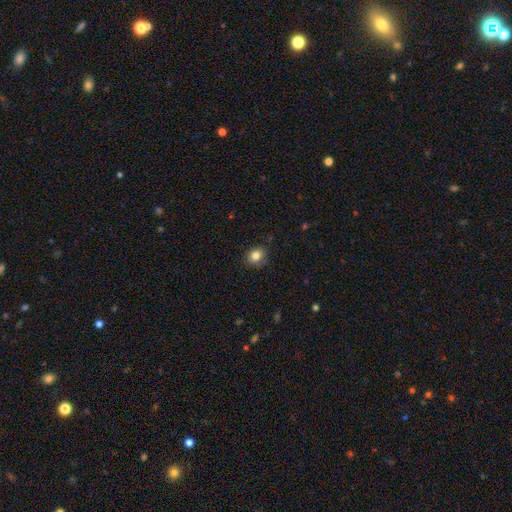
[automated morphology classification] Q: Smooth or featured?
A: smooth (83%); runner-up: star or artifact (11%)
Q: How rounded?
A: round (68%); runner-up: in between (31%)
Q: Merging?
A: none (86%); runner-up: minor disturbance (11%)